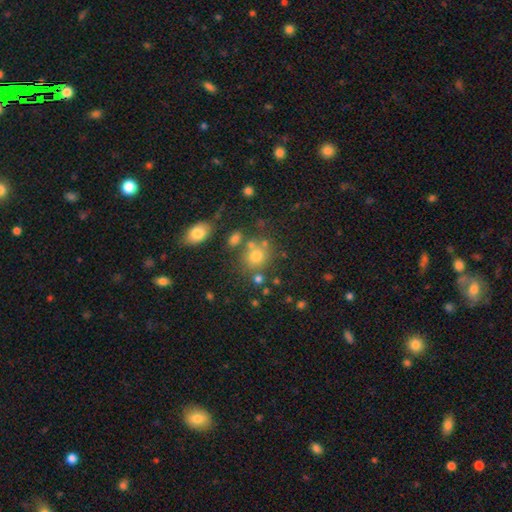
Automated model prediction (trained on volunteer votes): A smooth galaxy with no disk features (71%) that is round (74%). Merging: none (63%).